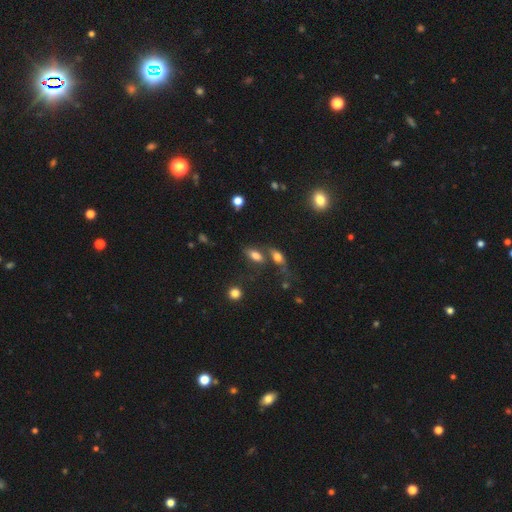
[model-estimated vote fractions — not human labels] The model was most divided on "merging": none: 51%, merger: 29%, minor disturbance: 14%, major disturbance: 7%. More confident: how rounded — in between (84%); smooth or featured — smooth (75%).